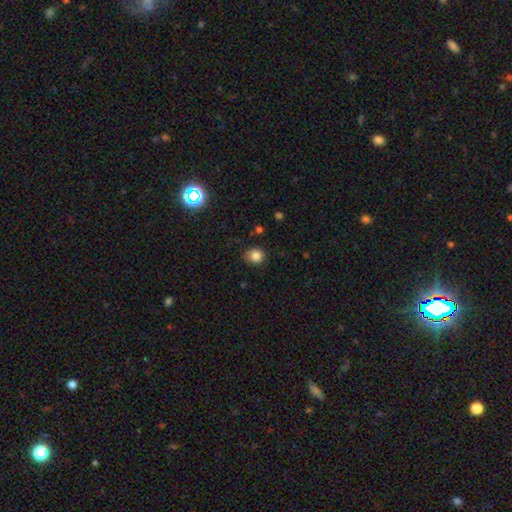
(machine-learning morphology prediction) Smooth or featured: smooth — 84% (star or artifact — 12%)
How rounded: round — 79% (in between — 20%)
Merging: none — 78% (minor disturbance — 17%)